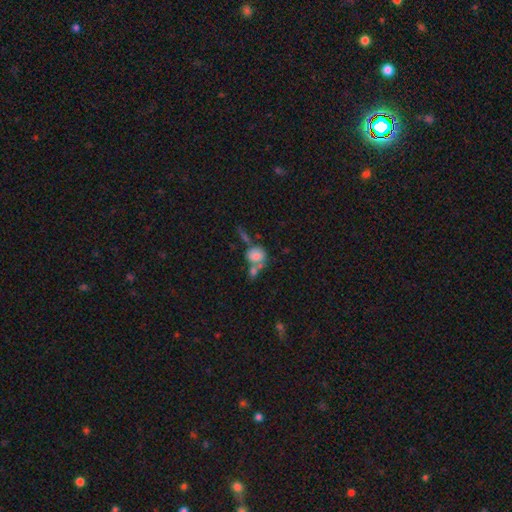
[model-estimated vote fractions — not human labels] smooth-or-featured: smooth: 76% | featured or disk: 15% | star or artifact: 9%
  how-rounded: round: 72% | in between: 26% | cigar-shaped: 1%
  merging: merger: 46% | none: 35% | minor disturbance: 12% | major disturbance: 7%